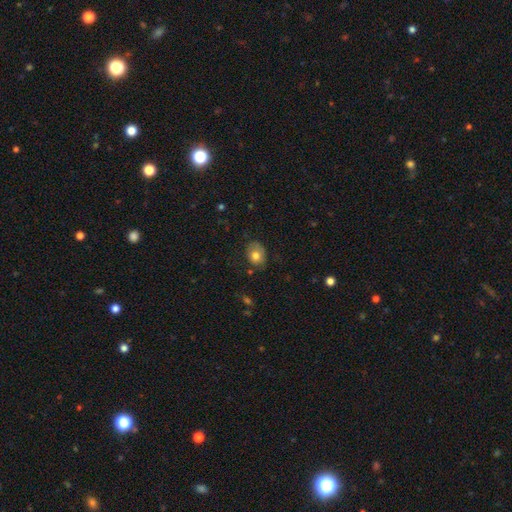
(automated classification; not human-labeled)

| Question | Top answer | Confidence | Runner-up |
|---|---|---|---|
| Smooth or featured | smooth | 75% | featured or disk (16%) |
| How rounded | in between | 59% | round (40%) |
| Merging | none | 65% | minor disturbance (26%) |